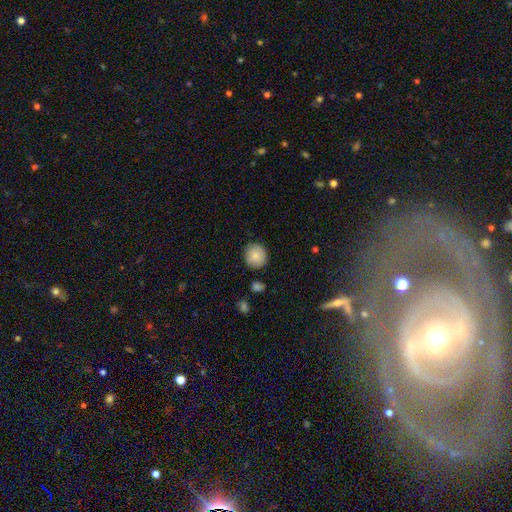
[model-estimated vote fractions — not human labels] This is clearly a smooth galaxy (87%). How rounded: clearly round (90%). Merging: clearly none (88%).